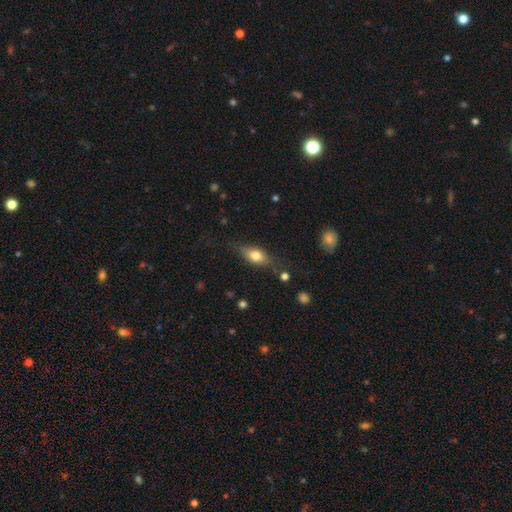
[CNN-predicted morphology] smooth_or_featured: smooth (p=0.69) [alt: featured or disk p=0.22]
how_rounded: in between (p=0.76) [alt: cigar-shaped p=0.13]
merging: none (p=0.69) [alt: minor disturbance p=0.21]